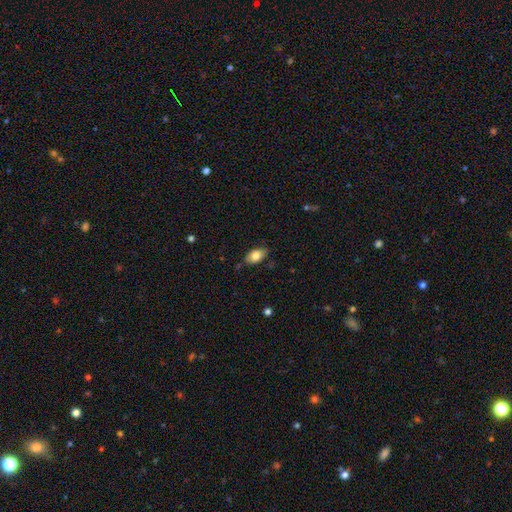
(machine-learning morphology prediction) smooth-or-featured: smooth: 80% | featured or disk: 12% | star or artifact: 7%
  how-rounded: in between: 90% | round: 7% | cigar-shaped: 3%
  merging: none: 79% | minor disturbance: 16% | major disturbance: 3% | merger: 2%